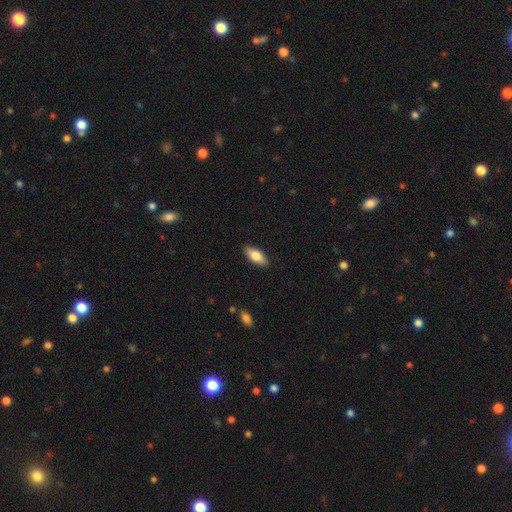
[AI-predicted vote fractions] A smooth galaxy with no disk features (80%) that is in between round and cigar-shaped (86%).

Vote fractions:
- Smooth or featured? smooth: 80% / featured or disk: 14% / star or artifact: 6%
- How rounded? in between: 86% / cigar-shaped: 12% / round: 2%
- Merging? none: 89% / minor disturbance: 8% / major disturbance: 2% / merger: 1%